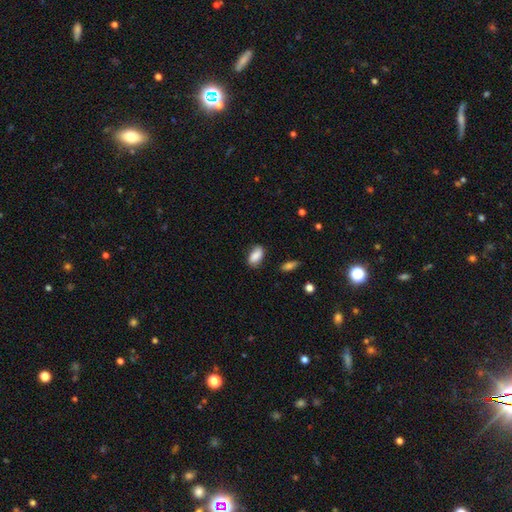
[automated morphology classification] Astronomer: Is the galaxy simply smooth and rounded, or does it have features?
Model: smooth — 84%.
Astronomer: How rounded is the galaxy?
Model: in between — 91%.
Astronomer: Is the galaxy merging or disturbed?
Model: none — 75%.